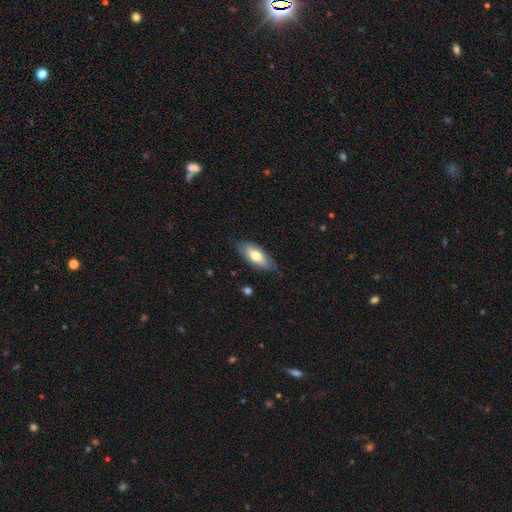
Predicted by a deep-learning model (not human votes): The model was most divided on "smooth or featured": smooth: 71%, featured or disk: 24%, star or artifact: 6%. More confident: how rounded — in between (82%); merging — none (77%).